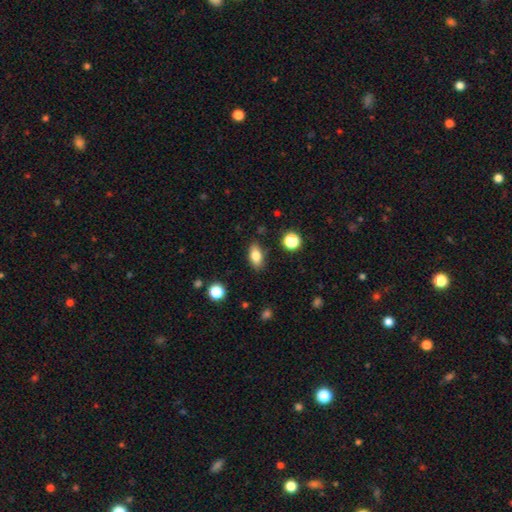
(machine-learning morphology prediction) Q: Smooth or featured?
A: smooth (81%); runner-up: featured or disk (10%)
Q: How rounded?
A: in between (85%); runner-up: round (8%)
Q: Merging?
A: none (85%); runner-up: minor disturbance (11%)